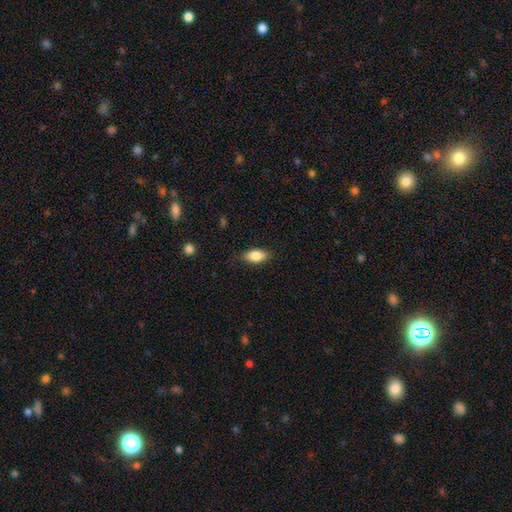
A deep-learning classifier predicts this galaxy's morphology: type=smooth (84%); roundness=in between (90%); merging=none (84%).